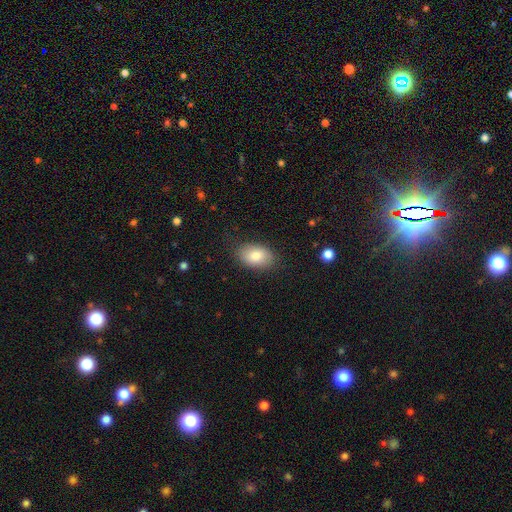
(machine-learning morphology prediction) This appears to be a smooth galaxy with no disk features (82%) that is in between round and cigar-shaped (88%). Merging: none (83%).